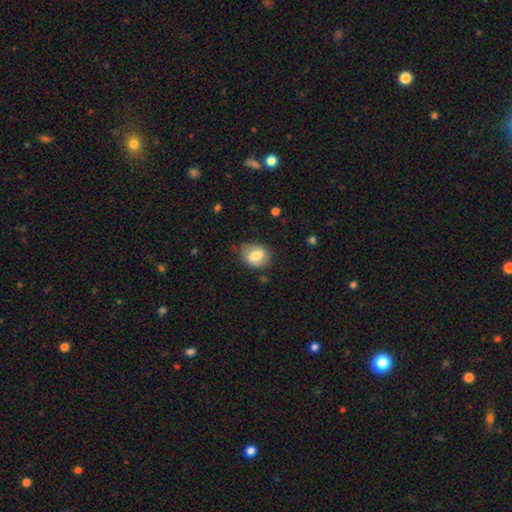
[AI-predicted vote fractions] A smooth galaxy with no disk features (71%) that is in between round and cigar-shaped (63%). Merging: none (67%).